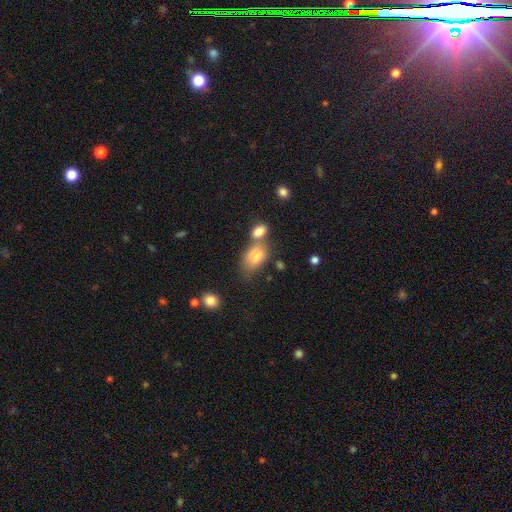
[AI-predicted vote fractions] The model was most divided on "merging": none: 39%, merger: 38%, minor disturbance: 17%, major disturbance: 7%. More confident: how rounded — in between (87%); smooth or featured — smooth (76%).